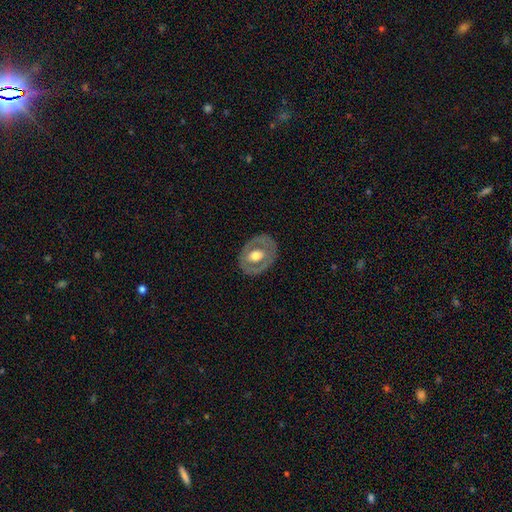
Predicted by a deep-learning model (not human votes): featured or disk 56%, smooth 38%, star or artifact 5%. Down the decision tree: edge-on disk — no (93%); bar — no (73%); spiral arms — no (85%); bulge size — moderate (61%); merging — none (80%).